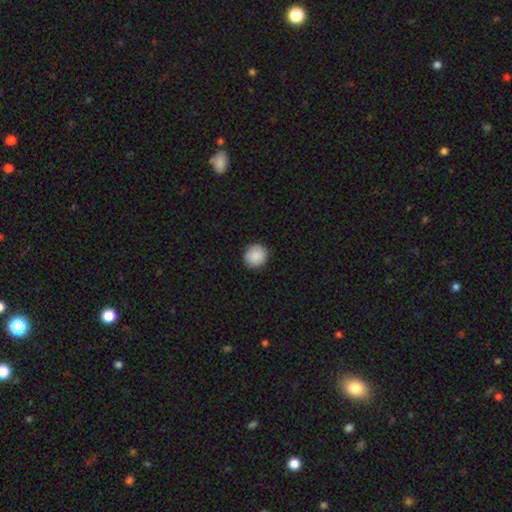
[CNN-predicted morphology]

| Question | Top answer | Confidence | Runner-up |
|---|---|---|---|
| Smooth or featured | smooth | 89% | star or artifact (7%) |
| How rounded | round | 92% | in between (8%) |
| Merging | none | 92% | minor disturbance (5%) |